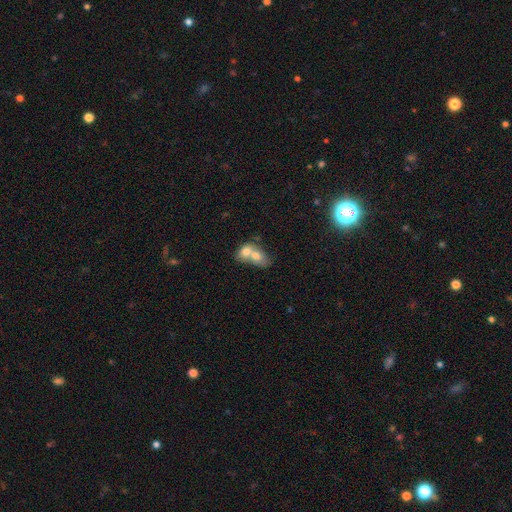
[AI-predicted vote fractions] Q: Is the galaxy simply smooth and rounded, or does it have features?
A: smooth — 69%.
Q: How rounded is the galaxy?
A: in between — 68%.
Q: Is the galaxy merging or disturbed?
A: merger — 80%.